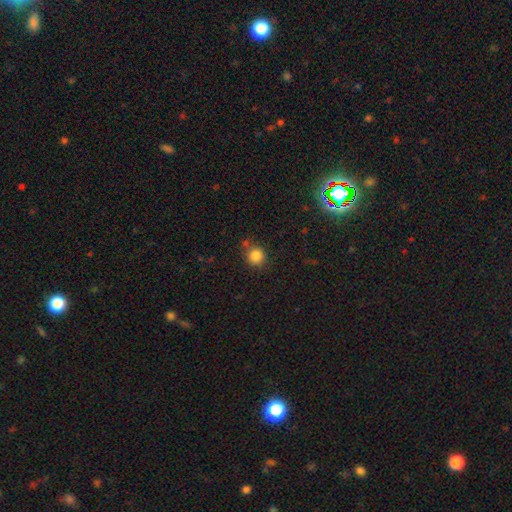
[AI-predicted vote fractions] Morphology: type=smooth (84%); roundness=round (89%); merging=none (76%).